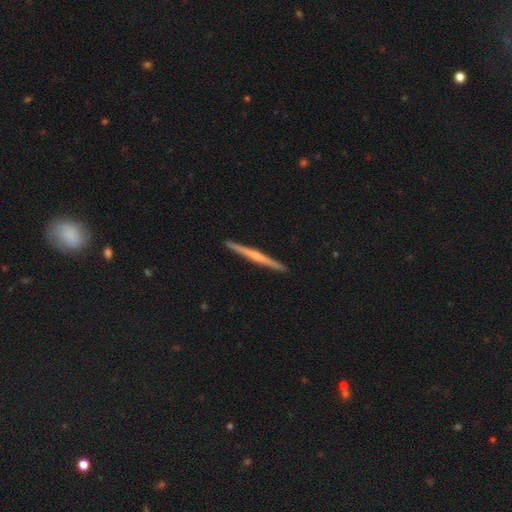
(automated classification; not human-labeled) The model was most divided on "edge-on bulge": rounded: 51%, none: 40%, boxy: 9%. More confident: edge-on disk — yes (98%); merging — none (93%); smooth or featured — featured or disk (67%).